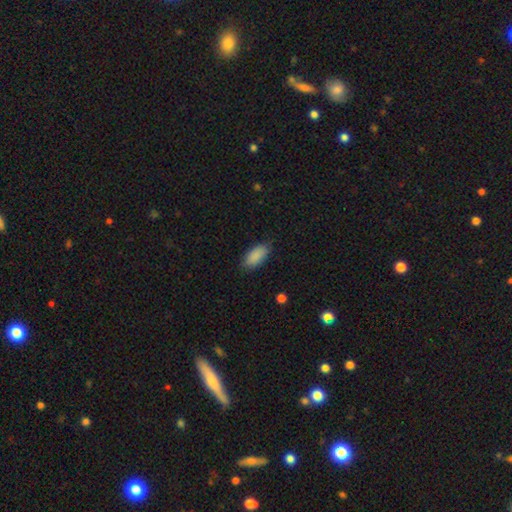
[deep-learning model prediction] Smooth or featured?
  - smooth: 89% *
  - star or artifact: 7%
  - featured or disk: 5%
How rounded?
  - in between: 88% *
  - cigar-shaped: 9%
  - round: 2%
Merging?
  - none: 81% *
  - minor disturbance: 15%
  - major disturbance: 3%
  - merger: 1%